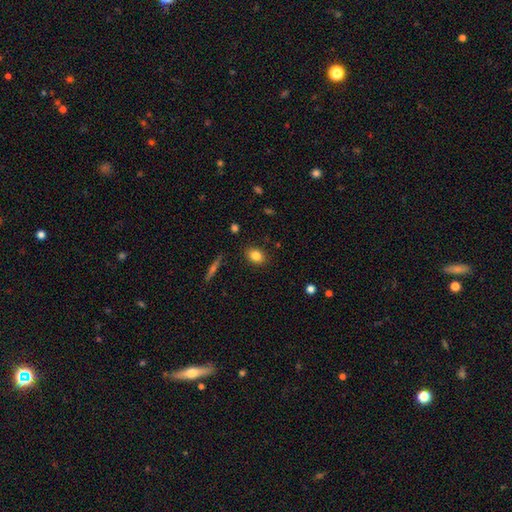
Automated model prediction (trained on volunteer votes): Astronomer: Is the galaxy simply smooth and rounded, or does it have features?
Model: smooth — 82%.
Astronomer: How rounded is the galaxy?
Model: in between — 64%.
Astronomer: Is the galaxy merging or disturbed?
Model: none — 87%.